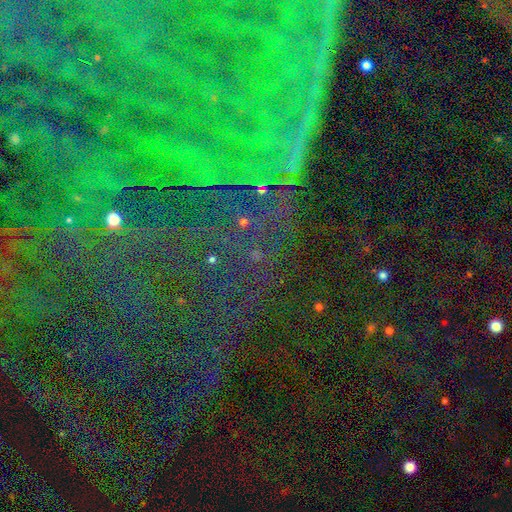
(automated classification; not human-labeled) This is clearly a star or artifact rather than a galaxy (86%).